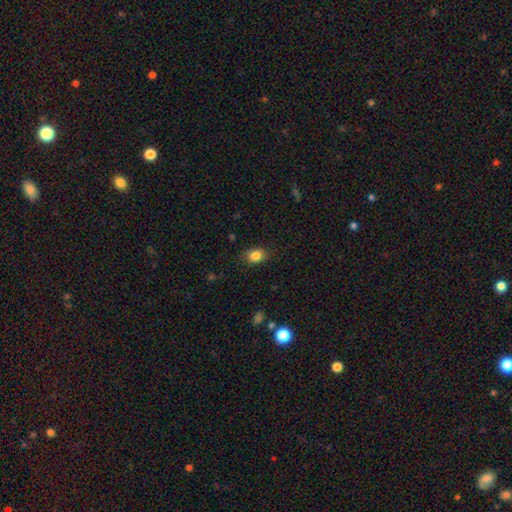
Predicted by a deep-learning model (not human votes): Smooth or featured: smooth — 84% (star or artifact — 10%)
How rounded: in between — 63% (round — 36%)
Merging: none — 83% (minor disturbance — 13%)